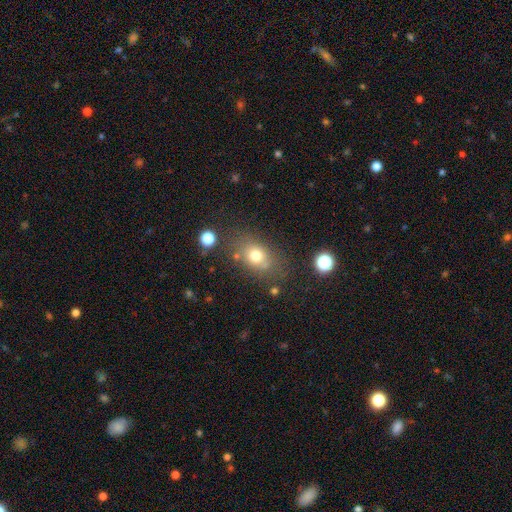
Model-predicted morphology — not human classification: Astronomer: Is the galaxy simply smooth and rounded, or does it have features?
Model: smooth — 74%.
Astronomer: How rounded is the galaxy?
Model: in between — 60% (runner-up: round, 38%).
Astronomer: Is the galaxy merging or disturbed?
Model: none — 68%.